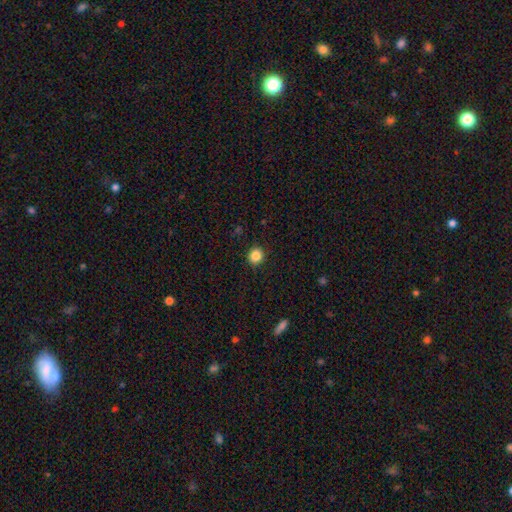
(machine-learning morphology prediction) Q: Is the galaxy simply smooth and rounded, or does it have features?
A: smooth — 86%.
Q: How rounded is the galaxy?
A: round — 89%.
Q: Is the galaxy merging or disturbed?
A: none — 91%.